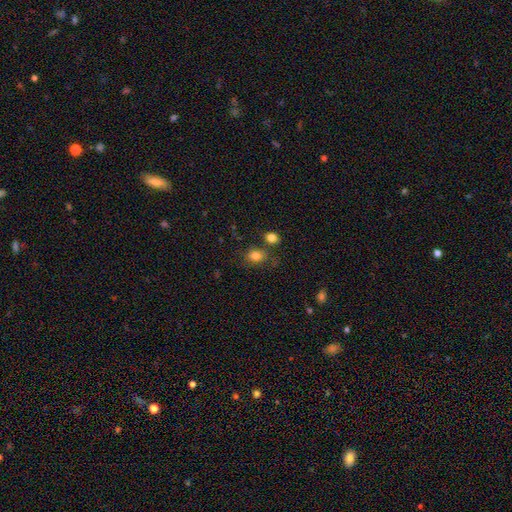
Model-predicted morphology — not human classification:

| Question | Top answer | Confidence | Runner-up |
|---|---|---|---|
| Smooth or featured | smooth | 81% | star or artifact (12%) |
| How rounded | in between | 53% | round (46%) |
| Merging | none | 69% | minor disturbance (14%) |